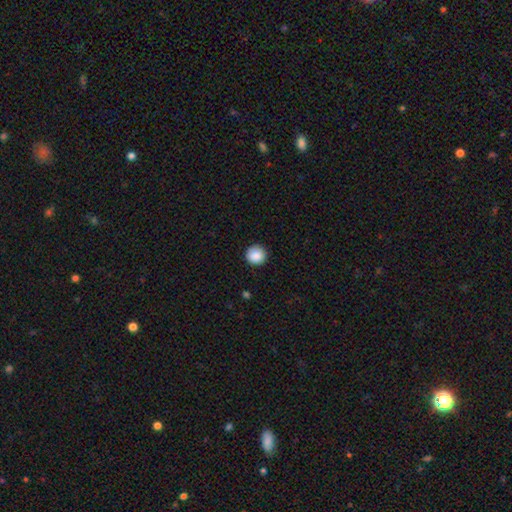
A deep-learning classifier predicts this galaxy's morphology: smooth 88%, star or artifact 9%, featured or disk 3%. Down the decision tree: how rounded — round (95%); merging — none (90%).